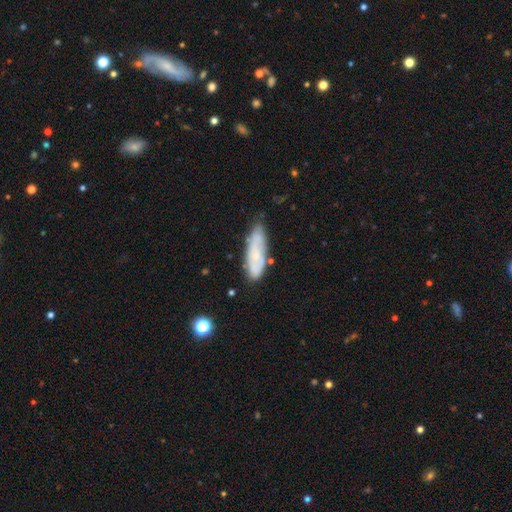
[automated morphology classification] This appears to be a smooth galaxy with no disk features (52%) that is in between round and cigar-shaped (50%). Merging: none (63%).